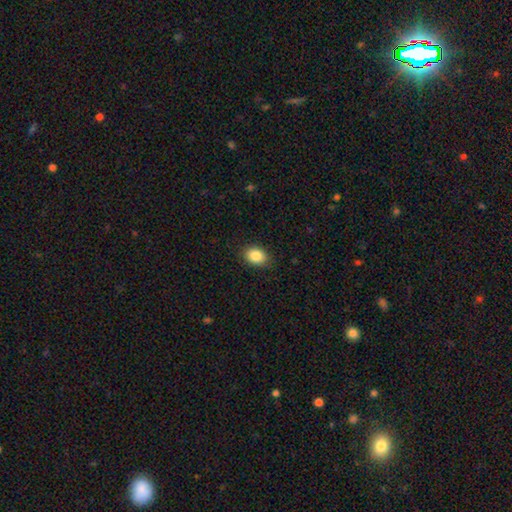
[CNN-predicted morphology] Smooth or featured? smooth (86%)
How rounded? in between (65%)
Merging? none (87%)